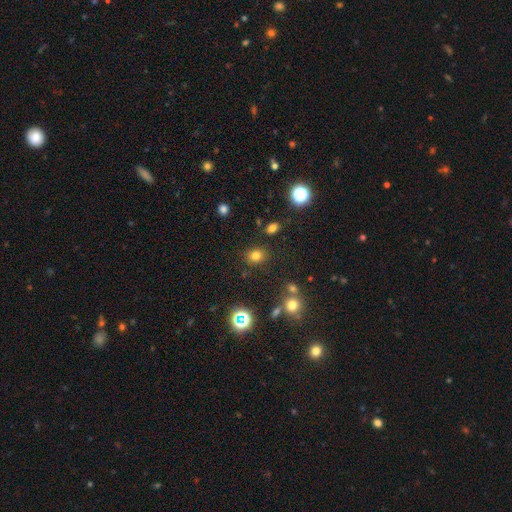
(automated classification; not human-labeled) A smooth galaxy with no disk features (75%) that is round (62%).

Vote fractions:
- Smooth or featured? smooth: 75% / star or artifact: 18% / featured or disk: 7%
- How rounded? round: 62% / in between: 37% / cigar-shaped: 1%
- Merging? none: 84% / minor disturbance: 9% / merger: 4% / major disturbance: 3%